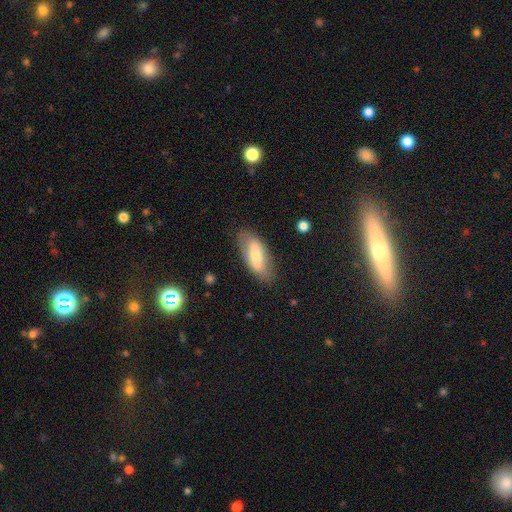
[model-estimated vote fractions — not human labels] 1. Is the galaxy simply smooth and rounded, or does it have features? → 51% smooth, 41% featured or disk, 7% star or artifact.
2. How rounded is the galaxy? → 82% in between, 16% cigar-shaped, 3% round.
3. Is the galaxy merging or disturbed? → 77% none, 17% minor disturbance, 5% major disturbance, 2% merger.